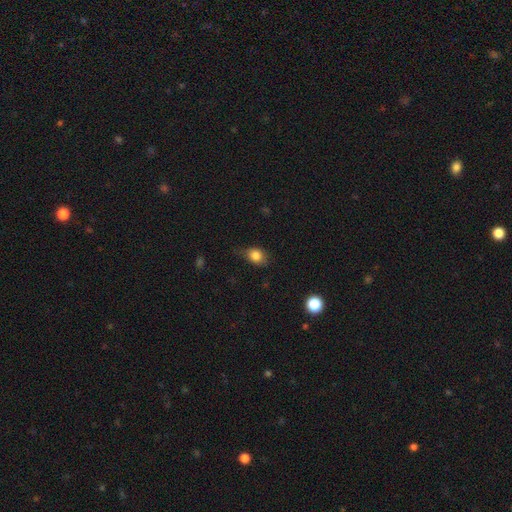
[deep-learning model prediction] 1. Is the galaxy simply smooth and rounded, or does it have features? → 82% smooth, 10% star or artifact, 9% featured or disk.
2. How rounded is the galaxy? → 62% in between, 36% round, 2% cigar-shaped.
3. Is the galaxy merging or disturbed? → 63% none, 29% minor disturbance, 7% major disturbance, 1% merger.